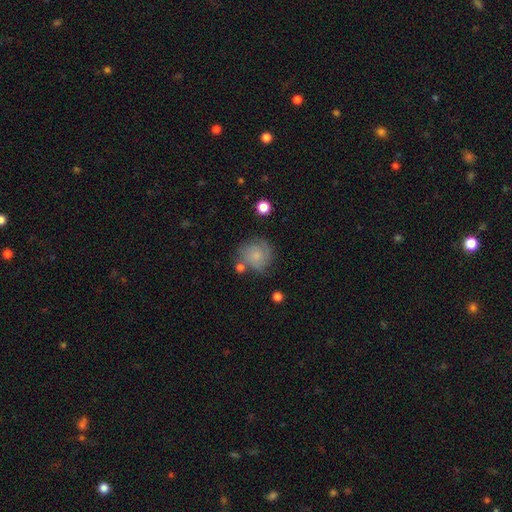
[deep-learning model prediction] smooth-or-featured: smooth: 61% | featured or disk: 31% | star or artifact: 9%
  how-rounded: round: 87% | in between: 12% | cigar-shaped: 1%
  merging: none: 62% | minor disturbance: 22% | major disturbance: 9% | merger: 8%